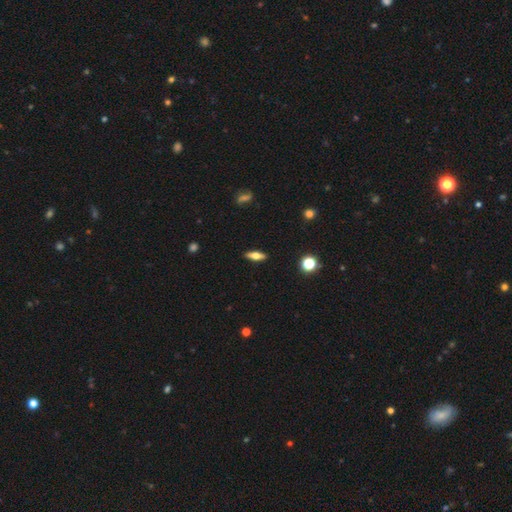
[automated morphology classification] Overall: smooth (49%; featured or disk 43%). Merging: none (89%).